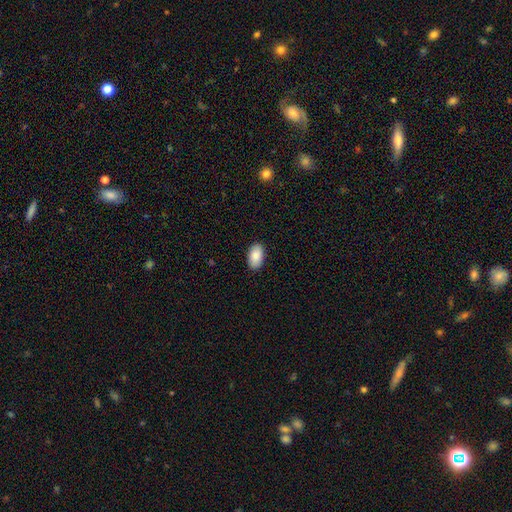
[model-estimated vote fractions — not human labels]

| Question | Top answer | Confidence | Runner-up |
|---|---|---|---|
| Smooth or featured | smooth | 88% | star or artifact (6%) |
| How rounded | in between | 94% | round (5%) |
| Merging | none | 89% | minor disturbance (8%) |